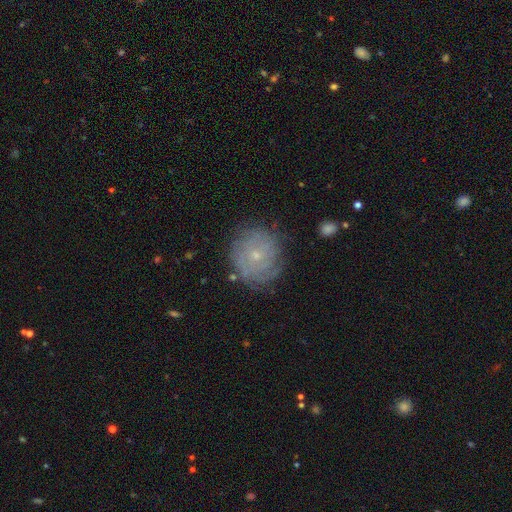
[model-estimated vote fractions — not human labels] This appears to be a featured or disk galaxy (61%) with no bar (84%), spiral arms (84%) and a small central bulge (77%). Merging: none (78%).